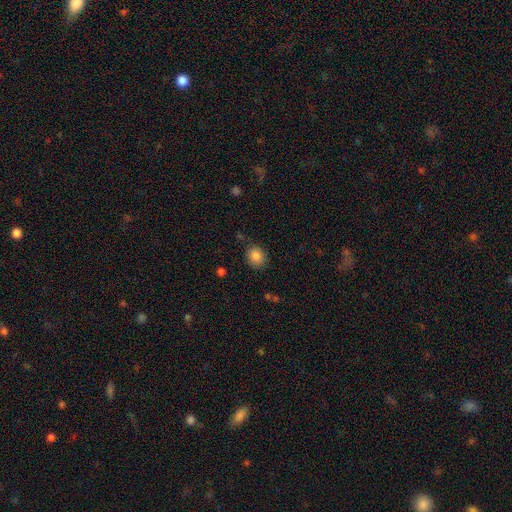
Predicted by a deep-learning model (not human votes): Morphology: type=smooth (86%); roundness=round (69%); merging=none (81%).